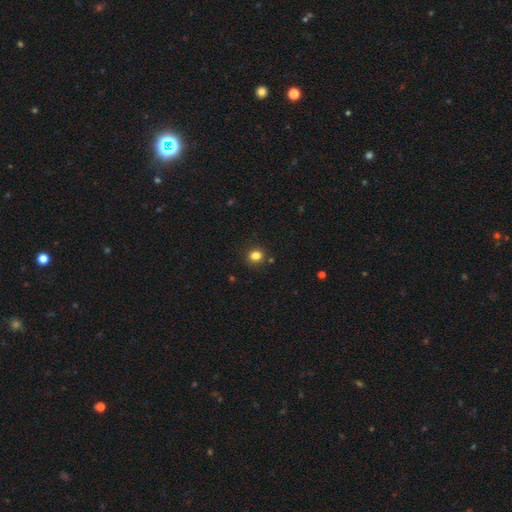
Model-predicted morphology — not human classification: This is clearly a smooth galaxy (82%). How rounded: likely round (80%). Merging: clearly none (88%).